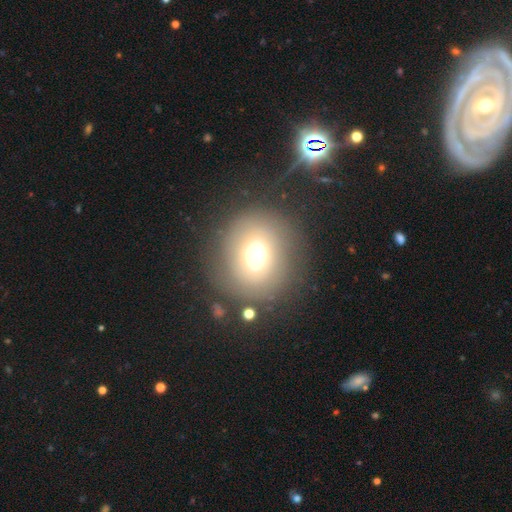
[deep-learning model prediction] Smooth or featured? smooth (60%)
How rounded? round (73%)
Merging? none (76%)